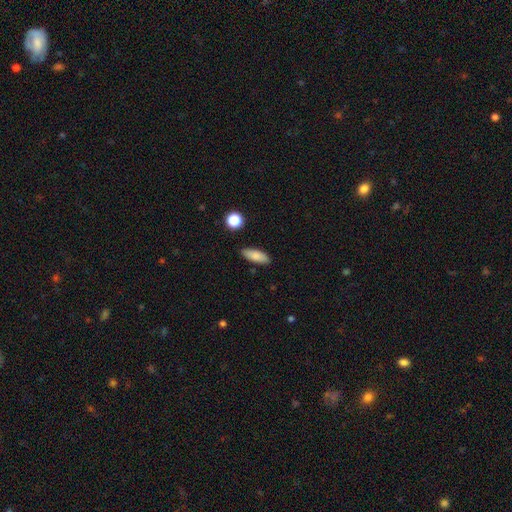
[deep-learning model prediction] A smooth galaxy with no disk features (84%) that is in between round and cigar-shaped (70%). Merging: none (87%).